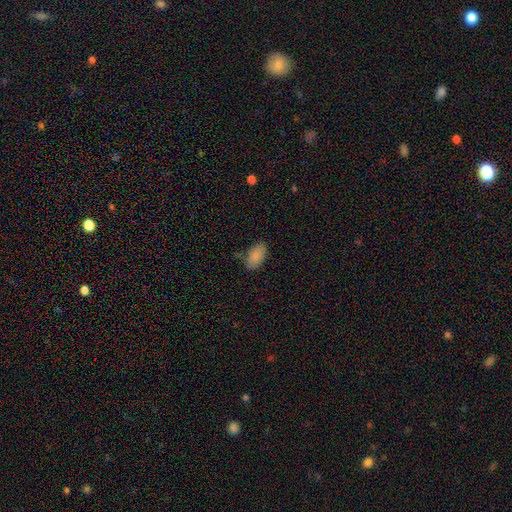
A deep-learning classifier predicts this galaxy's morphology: smooth-or-featured: smooth: 88% | star or artifact: 7% | featured or disk: 5%
  how-rounded: in between: 94% | round: 4% | cigar-shaped: 2%
  merging: none: 80% | minor disturbance: 15% | major disturbance: 3% | merger: 3%